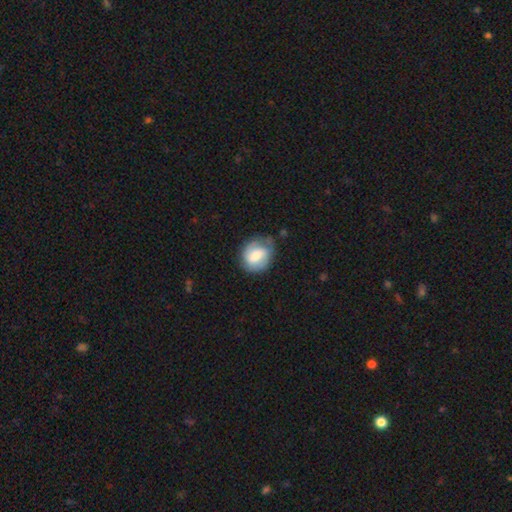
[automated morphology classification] The model was most divided on "smooth or featured": smooth: 51%, featured or disk: 42%, star or artifact: 7%. More confident: merging — none (59%); how rounded — round (55%).